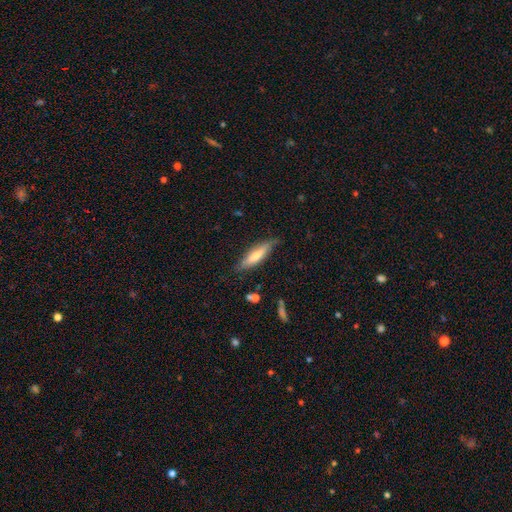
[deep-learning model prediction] Smooth or featured? smooth (58%)
How rounded? cigar-shaped (72%)
Merging? none (77%)